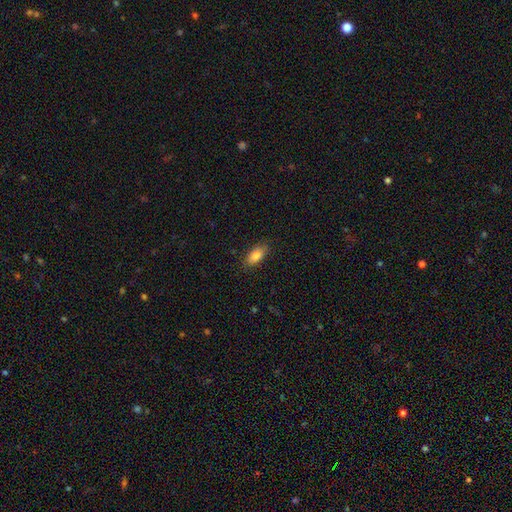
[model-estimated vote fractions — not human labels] A smooth galaxy with no disk features (85%) that is in between round and cigar-shaped (89%).

Vote fractions:
- Smooth or featured? smooth: 85% / featured or disk: 8% / star or artifact: 7%
- How rounded? in between: 89% / cigar-shaped: 8% / round: 3%
- Merging? none: 83% / minor disturbance: 12% / major disturbance: 3% / merger: 1%